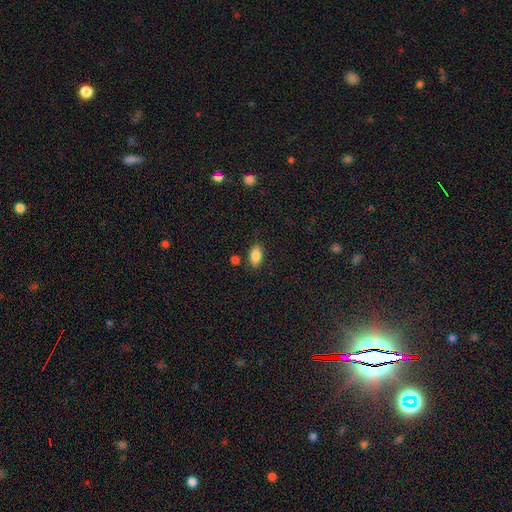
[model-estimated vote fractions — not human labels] The model was most divided on "merging": none: 81%, minor disturbance: 12%, merger: 4%, major disturbance: 3%. More confident: how rounded — in between (90%); smooth or featured — smooth (85%).